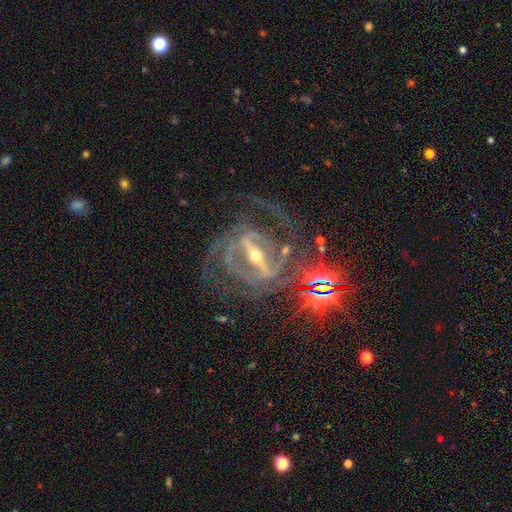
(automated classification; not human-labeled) Overall: featured or disk (87%). Edge-on disk: no (91%). Bar: strong (81%). Spiral arms: yes (92%). Spiral arm count: 2 (39%; can't tell 22%). Spiral winding: tight (46%; medium 42%). Bulge size: small (52%; moderate 43%). Merging: none (61%).